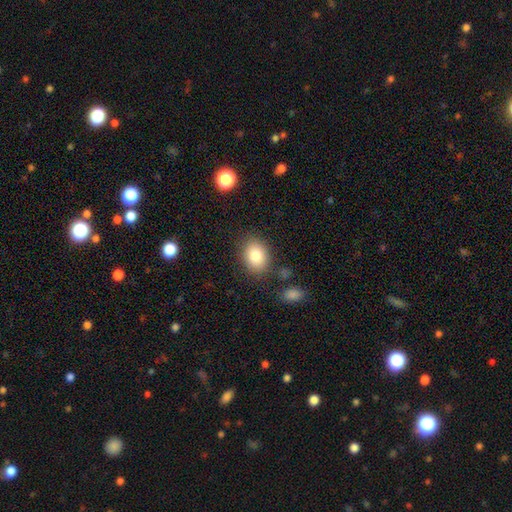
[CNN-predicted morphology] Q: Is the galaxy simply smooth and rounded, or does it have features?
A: smooth — 83%.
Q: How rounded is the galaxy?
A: in between — 69%.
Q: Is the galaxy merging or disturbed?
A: none — 81%.